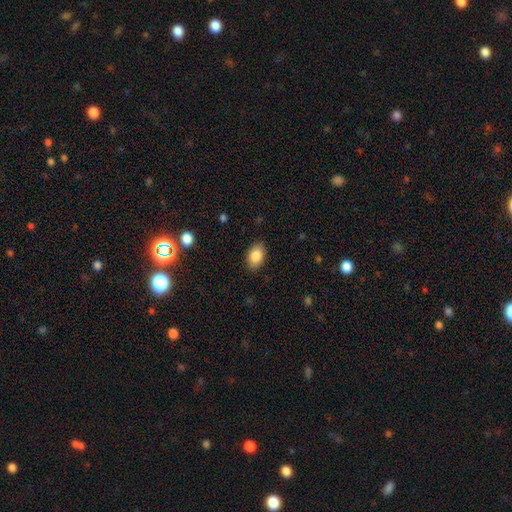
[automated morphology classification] smooth-or-featured: smooth: 86% | star or artifact: 7% | featured or disk: 7%
  how-rounded: in between: 88% | round: 11% | cigar-shaped: 1%
  merging: none: 87% | minor disturbance: 10% | major disturbance: 3% | merger: 1%